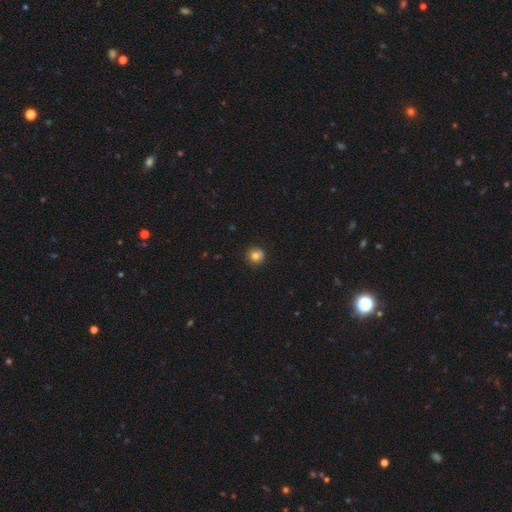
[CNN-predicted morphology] smooth_or_featured: smooth (p=0.80) [alt: star or artifact p=0.12]
how_rounded: round (p=0.92) [alt: in between p=0.07]
merging: none (p=0.82) [alt: minor disturbance p=0.12]